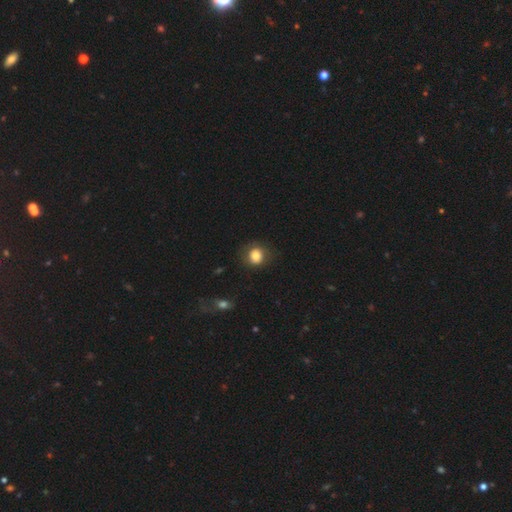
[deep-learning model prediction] Smooth or featured? Predicted: smooth (p=0.78). How rounded? Predicted: round (p=0.76). Merging? Predicted: none (p=0.77).